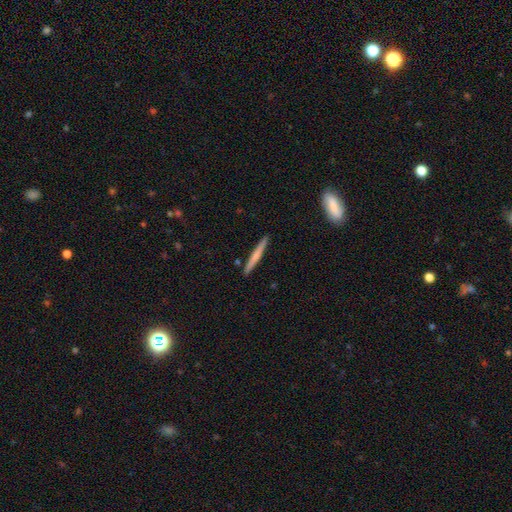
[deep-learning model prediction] A smooth galaxy with no disk features (56%) that is cigar-shaped (96%). Merging: none (91%).